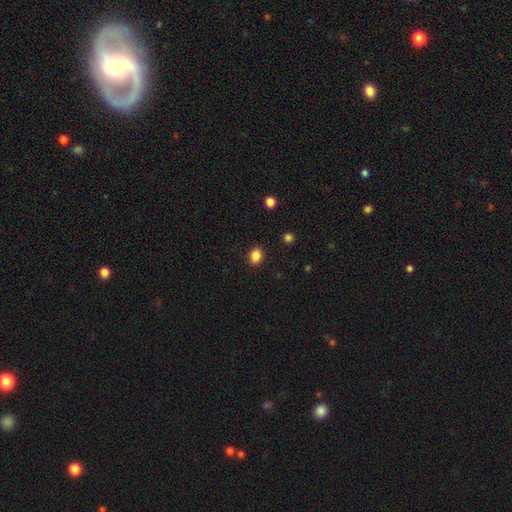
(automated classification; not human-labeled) Morphology: type=smooth (86%); roundness=round (55%); merging=none (90%).